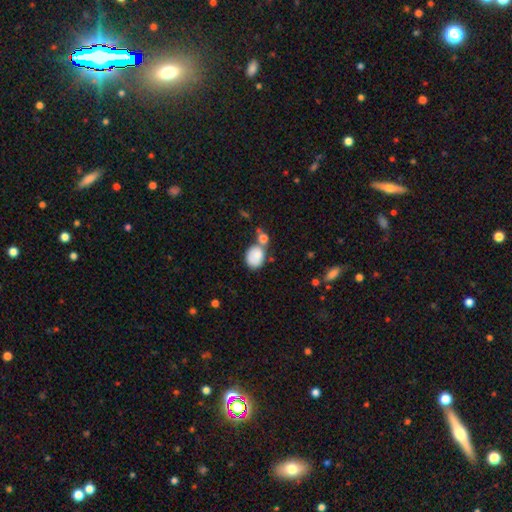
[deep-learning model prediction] Overall: smooth (82%). How rounded: in between (61%; round 38%). Merging: merger (40%; none 38%).